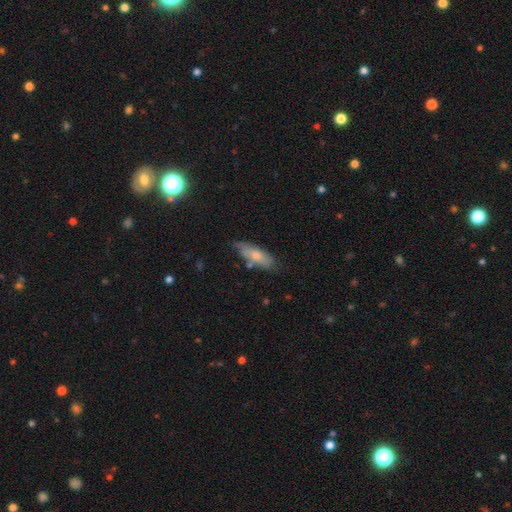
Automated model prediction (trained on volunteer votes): smooth 64%, featured or disk 30%, star or artifact 6%. Down the decision tree: how rounded — in between (62%); merging — none (66%).